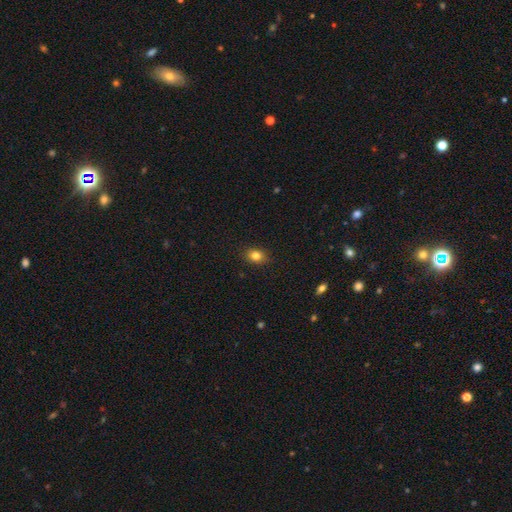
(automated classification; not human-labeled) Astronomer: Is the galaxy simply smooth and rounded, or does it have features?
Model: smooth — 83%.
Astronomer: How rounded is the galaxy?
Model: in between — 56% (runner-up: round, 43%).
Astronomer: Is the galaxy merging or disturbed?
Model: none — 88%.